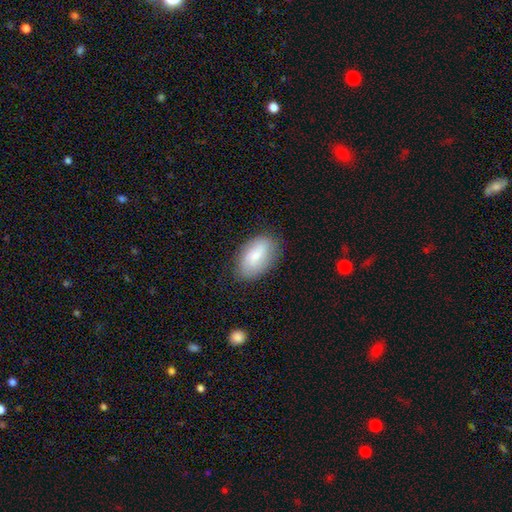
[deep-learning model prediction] A smooth galaxy with no disk features (68%) that is in between round and cigar-shaped (92%). Merging: none (82%).